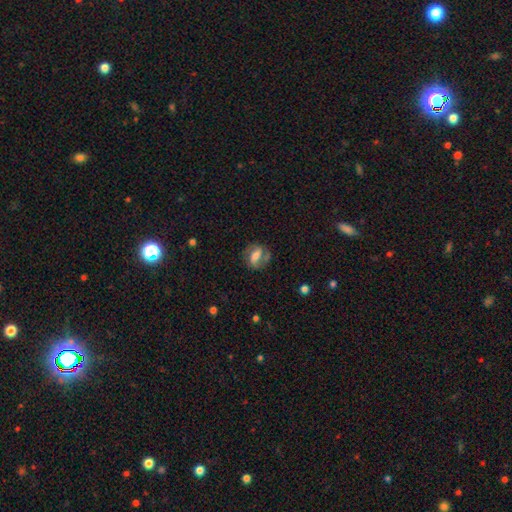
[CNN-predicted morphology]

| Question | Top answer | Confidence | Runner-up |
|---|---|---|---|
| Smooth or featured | featured or disk | 62% | smooth (30%) |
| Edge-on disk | no | 95% | yes (5%) |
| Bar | strong | 42% | weak (36%) |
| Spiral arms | yes | 83% | no (17%) |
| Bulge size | moderate | 55% | small (24%) |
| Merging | none | 70% | minor disturbance (18%) |